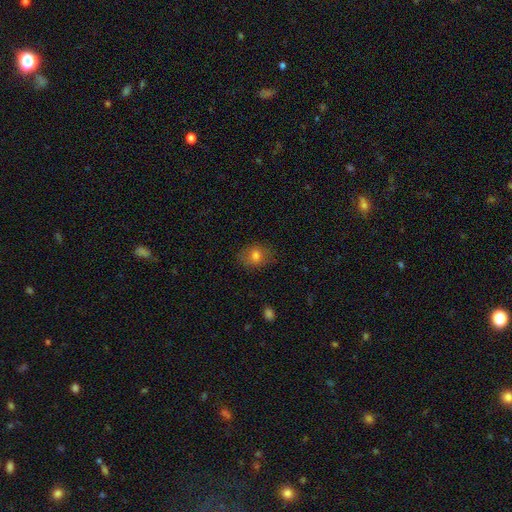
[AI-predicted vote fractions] Smooth or featured: smooth — 76% (featured or disk — 14%)
How rounded: in between — 57% (round — 42%)
Merging: none — 80% (minor disturbance — 14%)